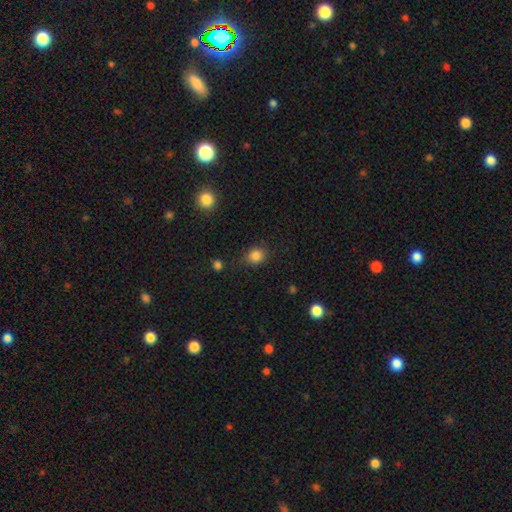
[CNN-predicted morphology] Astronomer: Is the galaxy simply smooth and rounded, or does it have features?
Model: smooth — 84%.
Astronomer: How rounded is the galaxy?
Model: round — 78%.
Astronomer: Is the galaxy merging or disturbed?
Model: none — 80%.